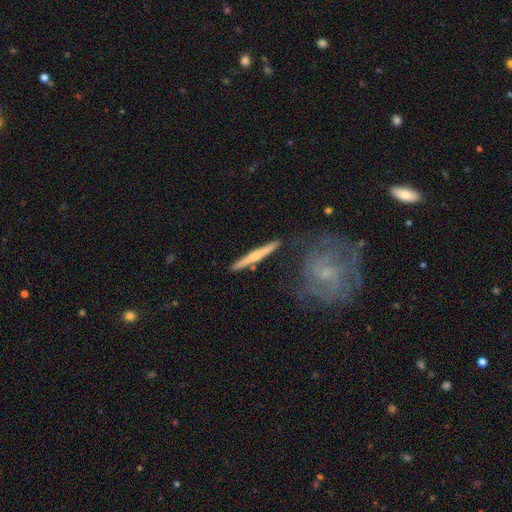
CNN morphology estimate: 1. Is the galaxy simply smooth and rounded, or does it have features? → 63% featured or disk, 32% smooth, 5% star or artifact.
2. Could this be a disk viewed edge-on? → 95% yes, 5% no.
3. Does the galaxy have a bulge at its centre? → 69% rounded, 25% none, 6% boxy.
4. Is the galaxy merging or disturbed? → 85% none, 9% minor disturbance, 4% merger, 2% major disturbance.